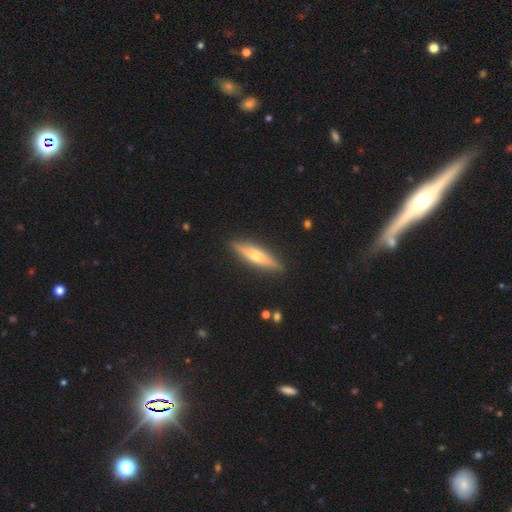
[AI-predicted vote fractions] Smooth or featured?
  - featured or disk: 58% *
  - smooth: 36%
  - star or artifact: 6%
Edge-on disk?
  - yes: 93% *
  - no: 7%
Edge-on bulge?
  - rounded: 86% *
  - none: 8%
  - boxy: 5%
Merging?
  - none: 90% *
  - minor disturbance: 8%
  - major disturbance: 2%
  - merger: 1%